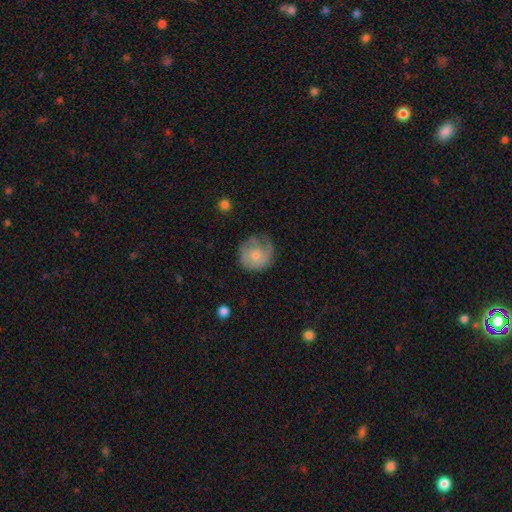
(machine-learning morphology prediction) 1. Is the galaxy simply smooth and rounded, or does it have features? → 51% smooth, 43% featured or disk, 7% star or artifact.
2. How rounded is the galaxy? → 86% round, 13% in between, 1% cigar-shaped.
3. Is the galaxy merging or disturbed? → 57% none, 26% minor disturbance, 15% major disturbance, 2% merger.